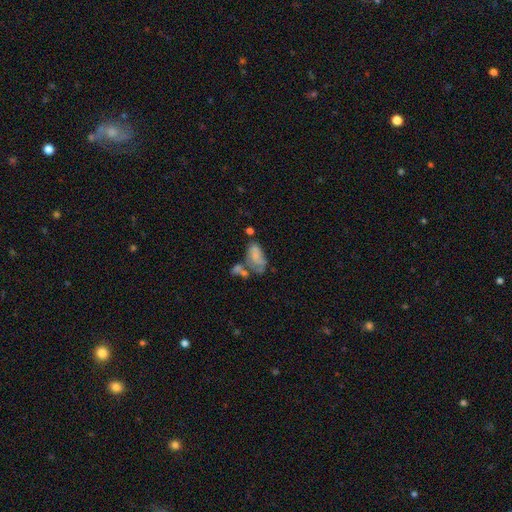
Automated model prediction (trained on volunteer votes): Smooth or featured? Predicted: smooth (p=0.58). How rounded? Predicted: in between (p=0.91). Merging? Predicted: merger (p=0.33).